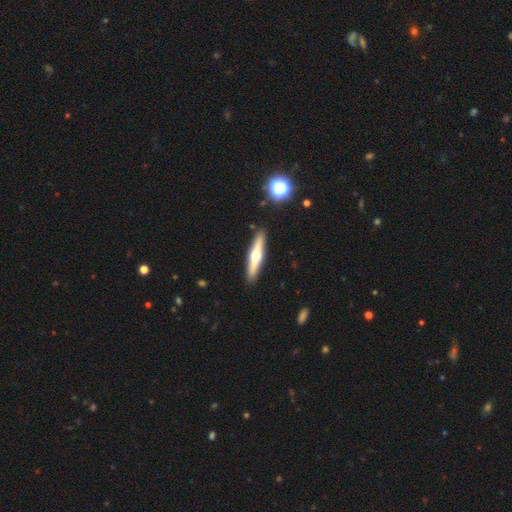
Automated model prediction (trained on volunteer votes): Q: Smooth or featured?
A: featured or disk (64%); runner-up: smooth (30%)
Q: Edge-on disk?
A: yes (96%); runner-up: no (4%)
Q: Edge-on bulge?
A: rounded (94%); runner-up: none (3%)
Q: Merging?
A: none (91%); runner-up: minor disturbance (6%)